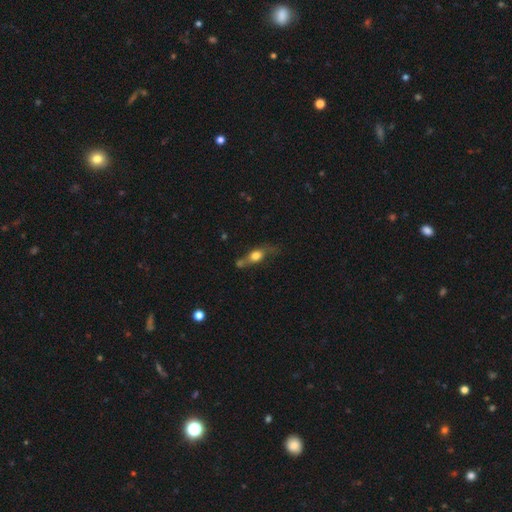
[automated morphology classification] type=smooth (56%); roundness=in between (51%); merging=none (42%).